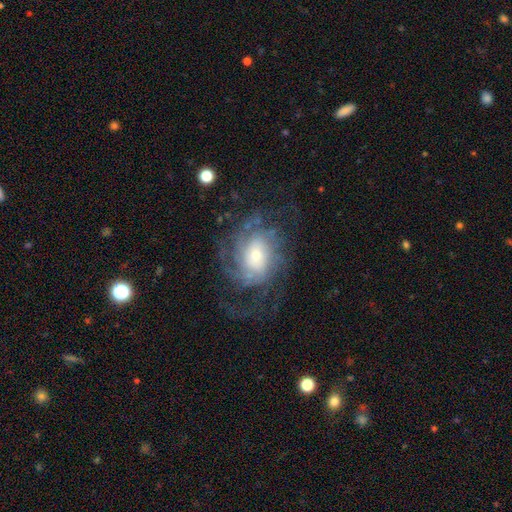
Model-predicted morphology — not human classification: Q: Smooth or featured?
A: featured or disk (81%); runner-up: smooth (12%)
Q: Edge-on disk?
A: no (97%); runner-up: yes (3%)
Q: Bar?
A: no (68%); runner-up: weak (26%)
Q: Spiral arms?
A: yes (92%); runner-up: no (8%)
Q: Spiral winding?
A: tight (48%); runner-up: medium (36%)
Q: Spiral arm count?
A: can't tell (37%); runner-up: 4 (16%)
Q: Bulge size?
A: small (46%); runner-up: moderate (39%)
Q: Merging?
A: none (61%); runner-up: major disturbance (21%)